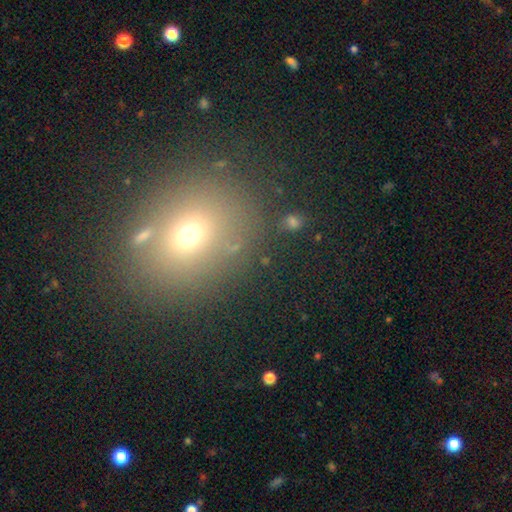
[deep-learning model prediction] smooth 62%, star or artifact 25%, featured or disk 13%. Down the decision tree: how rounded — round (60%); merging — none (79%).